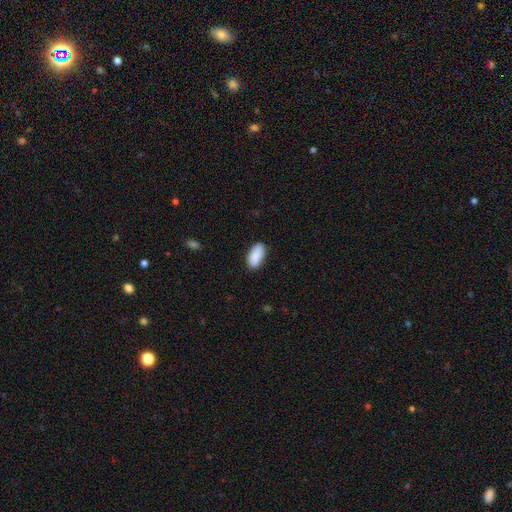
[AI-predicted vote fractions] This appears to be a smooth galaxy with no disk features (90%) that is in between round and cigar-shaped (94%). Merging: none (85%).